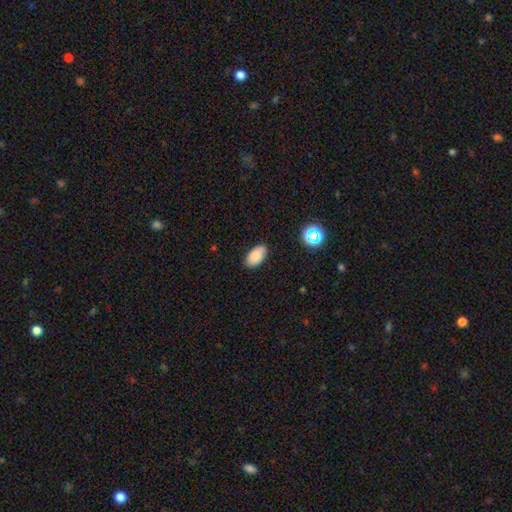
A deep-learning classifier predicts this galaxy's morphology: Smooth or featured?
  - smooth: 86% *
  - star or artifact: 9%
  - featured or disk: 5%
How rounded?
  - in between: 94% *
  - round: 4%
  - cigar-shaped: 2%
Merging?
  - none: 87% *
  - minor disturbance: 10%
  - major disturbance: 2%
  - merger: 1%